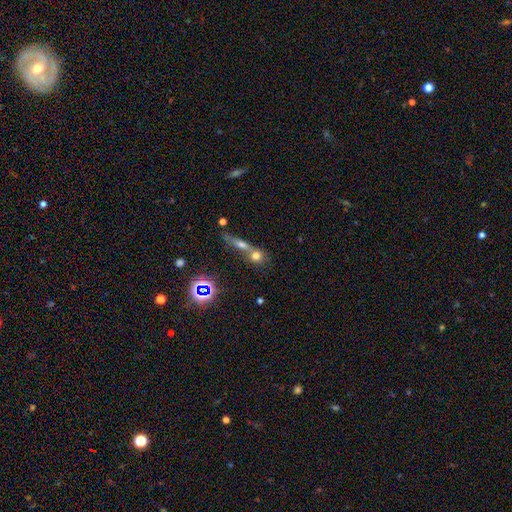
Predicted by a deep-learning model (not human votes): smooth-or-featured: smooth: 61% | star or artifact: 20% | featured or disk: 18%
  how-rounded: round: 65% | in between: 21% | cigar-shaped: 14%
  merging: merger: 47% | none: 42% | minor disturbance: 7% | major disturbance: 4%